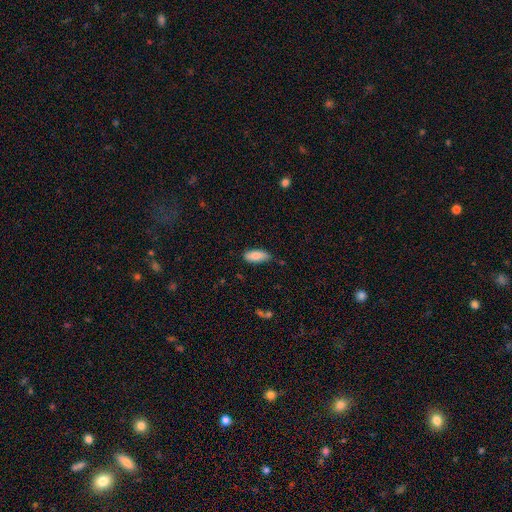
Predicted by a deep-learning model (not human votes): Smooth or featured?
  - smooth: 86% *
  - featured or disk: 7%
  - star or artifact: 7%
How rounded?
  - in between: 82% *
  - cigar-shaped: 16%
  - round: 2%
Merging?
  - none: 70% *
  - minor disturbance: 25%
  - major disturbance: 3%
  - merger: 2%